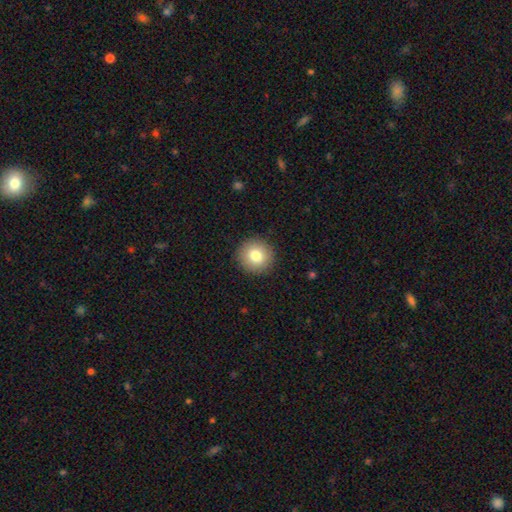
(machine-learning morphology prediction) A smooth galaxy with no disk features (80%) that is round (93%). Merging: none (92%).